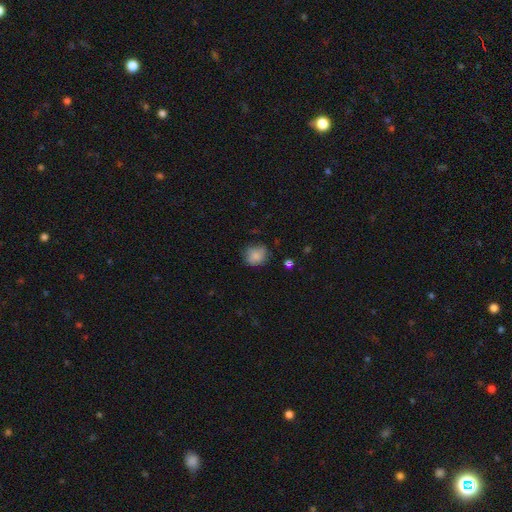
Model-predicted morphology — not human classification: Smooth or featured?
  - smooth: 83% *
  - featured or disk: 9%
  - star or artifact: 8%
How rounded?
  - round: 71% *
  - in between: 28%
  - cigar-shaped: 1%
Merging?
  - none: 70% *
  - minor disturbance: 22%
  - major disturbance: 5%
  - merger: 2%